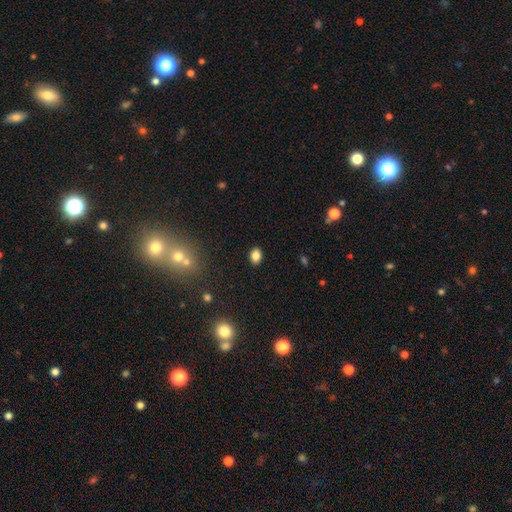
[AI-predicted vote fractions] This appears to be a smooth galaxy with no disk features (84%) that is in between round and cigar-shaped (75%). Merging: none (89%).